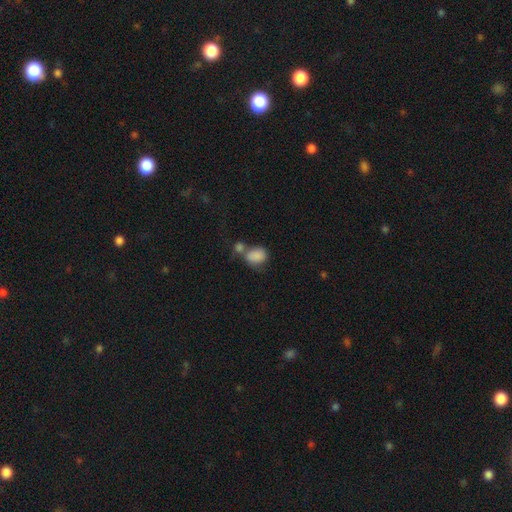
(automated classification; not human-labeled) A smooth galaxy with no disk features (84%) that is in between round and cigar-shaped (60%). Merging: merger (45%).